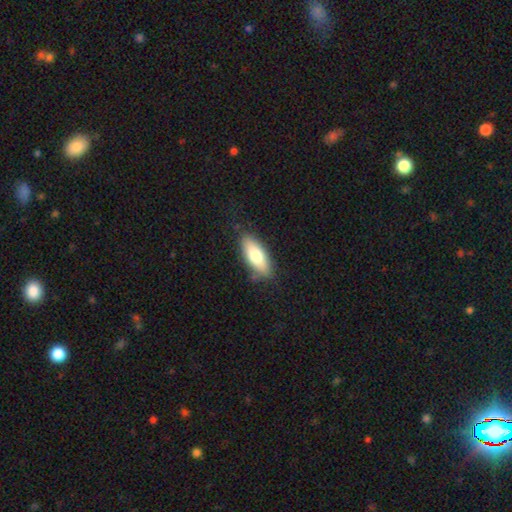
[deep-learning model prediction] smooth_or_featured: smooth (p=0.74) [alt: featured or disk p=0.20]
how_rounded: in between (p=0.75) [alt: cigar-shaped p=0.23]
merging: none (p=0.81) [alt: minor disturbance p=0.14]